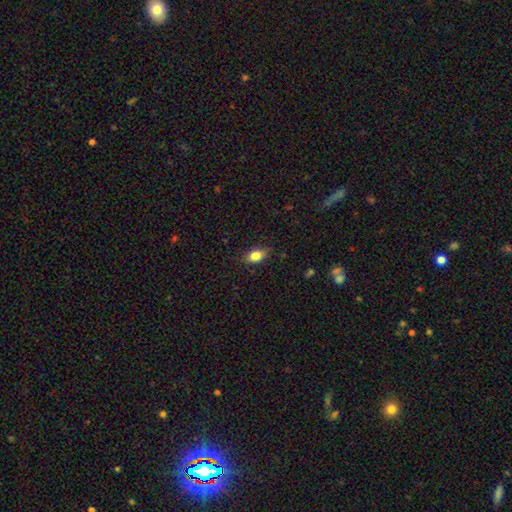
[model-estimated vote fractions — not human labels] smooth 82%, star or artifact 9%, featured or disk 8%. Down the decision tree: how rounded — in between (79%); merging — none (83%).